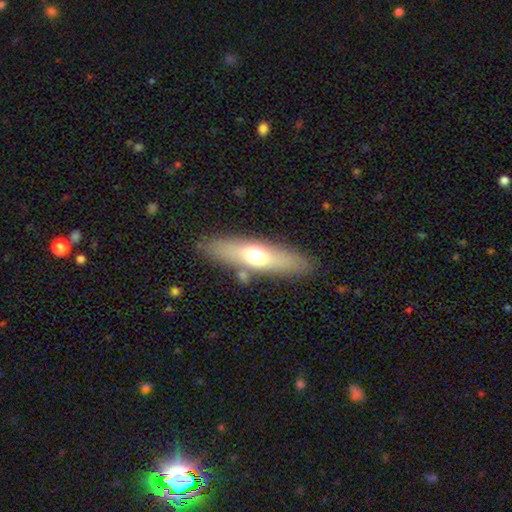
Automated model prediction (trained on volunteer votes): Smooth or featured?
  - smooth: 56% *
  - featured or disk: 37%
  - star or artifact: 7%
How rounded?
  - cigar-shaped: 62% *
  - in between: 36%
  - round: 2%
Merging?
  - none: 81% *
  - minor disturbance: 11%
  - merger: 5%
  - major disturbance: 3%